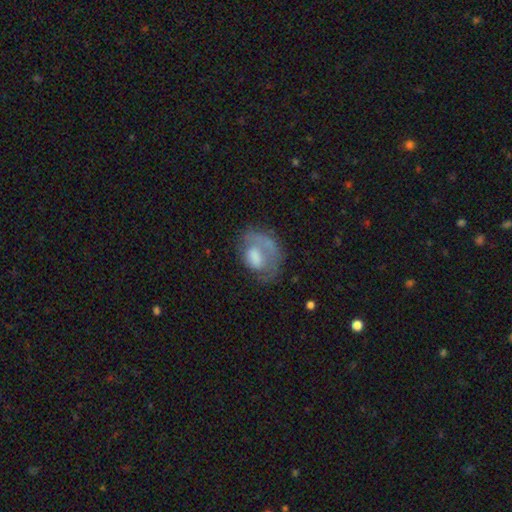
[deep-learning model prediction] This is possibly a featured or disk galaxy (49%). Merging: marginally none (42%).